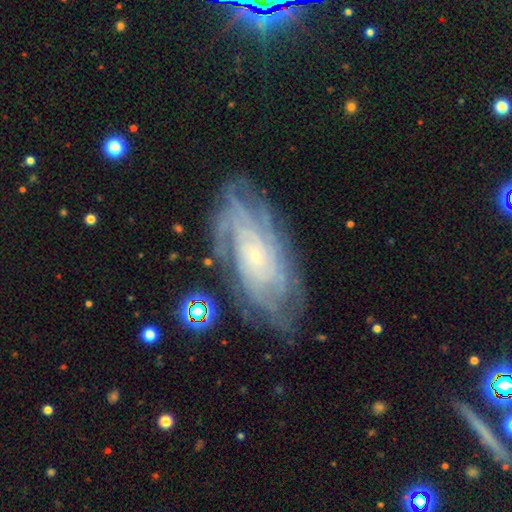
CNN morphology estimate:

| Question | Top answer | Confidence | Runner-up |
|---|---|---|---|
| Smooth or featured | featured or disk | 83% | smooth (10%) |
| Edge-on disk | no | 93% | yes (7%) |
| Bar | no | 79% | weak (16%) |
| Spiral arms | yes | 95% | no (5%) |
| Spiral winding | tight | 75% | medium (20%) |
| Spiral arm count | can't tell | 34% | more than 4 (22%) |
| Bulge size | small | 86% | moderate (9%) |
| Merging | none | 74% | minor disturbance (17%) |